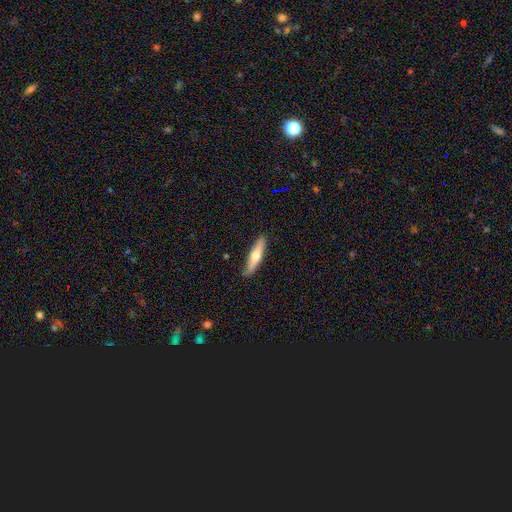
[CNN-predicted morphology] This is possibly a smooth galaxy (54%). How rounded: clearly cigar-shaped (81%). Merging: clearly none (85%).